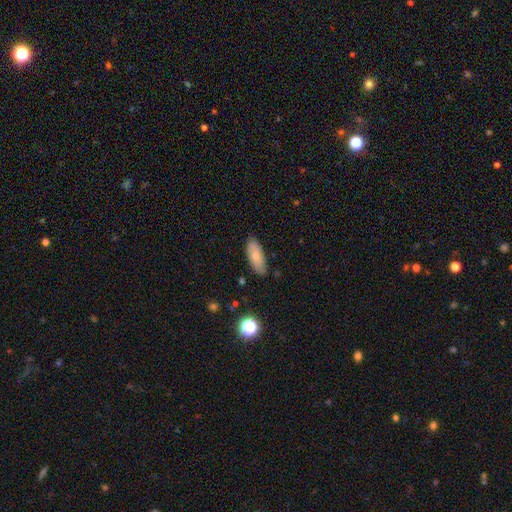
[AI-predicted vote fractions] This appears to be a smooth galaxy with no disk features (75%) that is in between round and cigar-shaped (80%). Merging: none (81%).